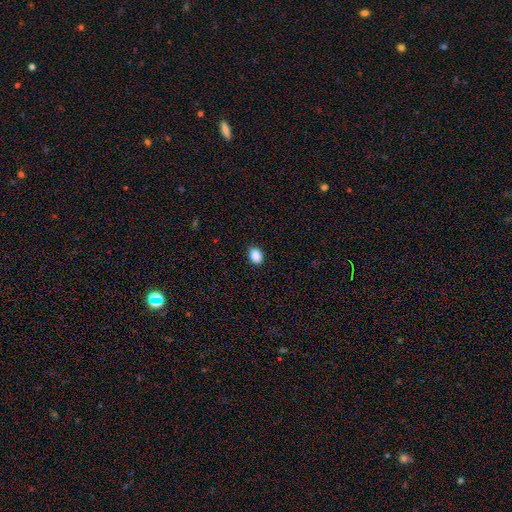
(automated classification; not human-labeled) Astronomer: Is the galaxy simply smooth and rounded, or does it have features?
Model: smooth — 89%.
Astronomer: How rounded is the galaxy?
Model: in between — 74%.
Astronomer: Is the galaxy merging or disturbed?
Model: none — 89%.